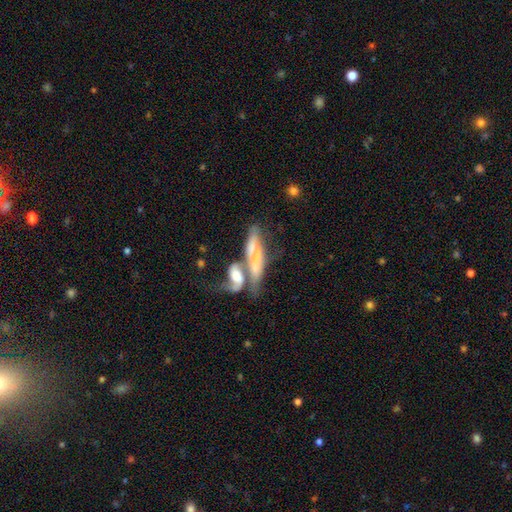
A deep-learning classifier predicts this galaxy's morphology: smooth_or_featured: featured or disk (p=0.55) [alt: smooth p=0.37]
disk_edge_on: no (p=0.64) [alt: yes p=0.36]
merging: merger (p=0.62) [alt: none p=0.16]